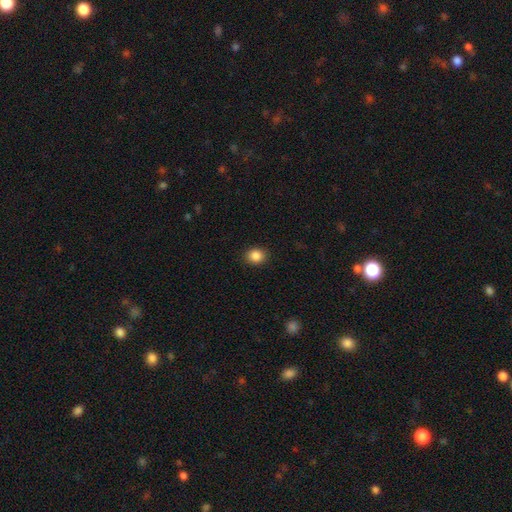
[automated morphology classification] The model was most divided on "how rounded": round: 63%, in between: 36%, cigar-shaped: 1%. More confident: merging — none (90%); smooth or featured — smooth (87%).